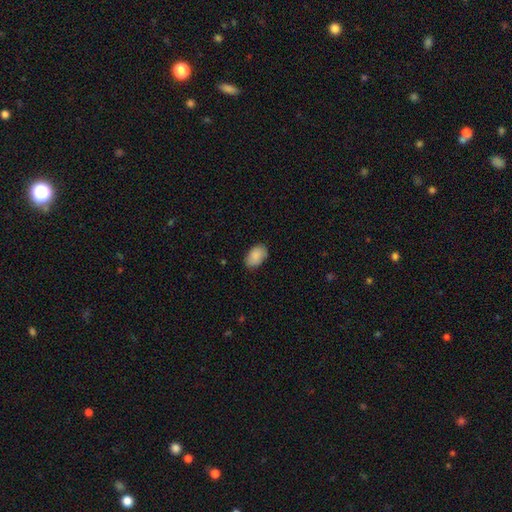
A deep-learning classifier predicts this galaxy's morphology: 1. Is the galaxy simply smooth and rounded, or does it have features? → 89% smooth, 7% star or artifact, 5% featured or disk.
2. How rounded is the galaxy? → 90% in between, 8% round, 1% cigar-shaped.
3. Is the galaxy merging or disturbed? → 82% none, 14% minor disturbance, 3% major disturbance, 1% merger.